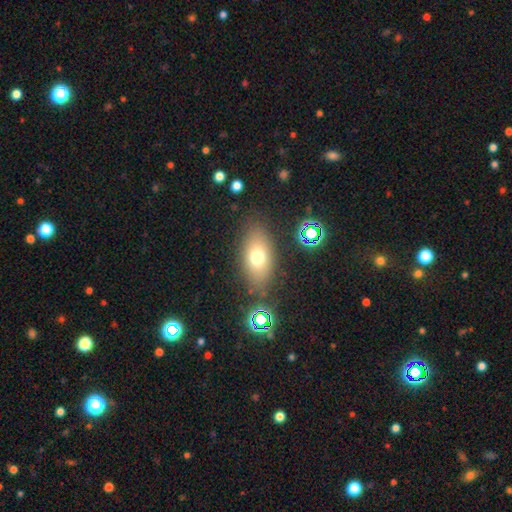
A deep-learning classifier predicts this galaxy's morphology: This appears to be a smooth galaxy with no disk features (64%) that is in between round and cigar-shaped (80%). Merging: none (83%).